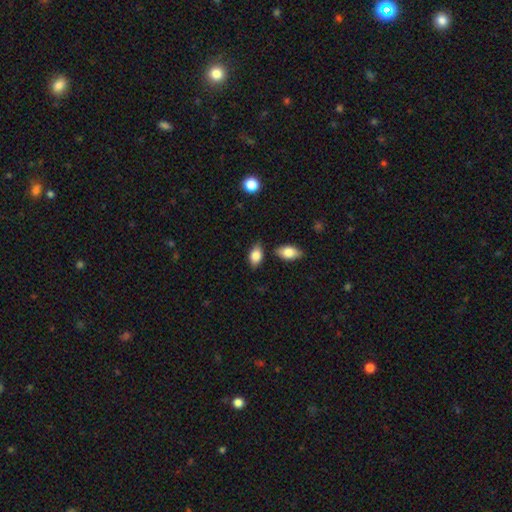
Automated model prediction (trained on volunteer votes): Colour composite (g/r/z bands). It shows a smooth galaxy with no disk features (84%) that is in between round and cigar-shaped (90%). Merging: none (73%).